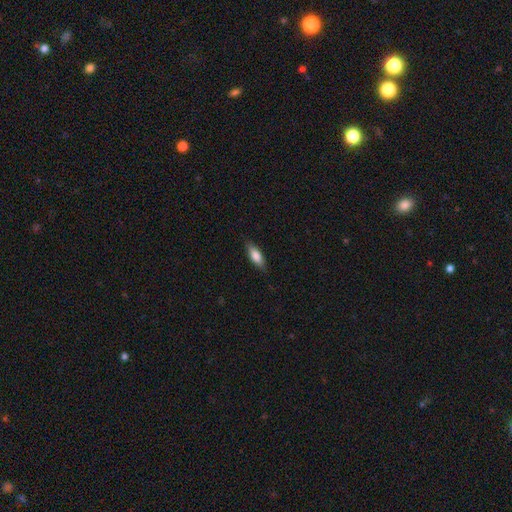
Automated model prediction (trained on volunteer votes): smooth_or_featured: smooth (p=0.80) [alt: featured or disk p=0.14]
how_rounded: in between (p=0.69) [alt: cigar-shaped p=0.28]
merging: none (p=0.84) [alt: minor disturbance p=0.13]